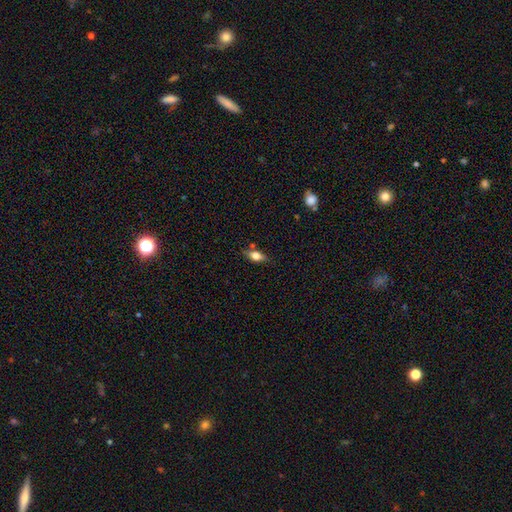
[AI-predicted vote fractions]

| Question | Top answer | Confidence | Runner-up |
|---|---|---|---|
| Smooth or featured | smooth | 68% | featured or disk (22%) |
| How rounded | in between | 78% | cigar-shaped (14%) |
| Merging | none | 72% | minor disturbance (18%) |